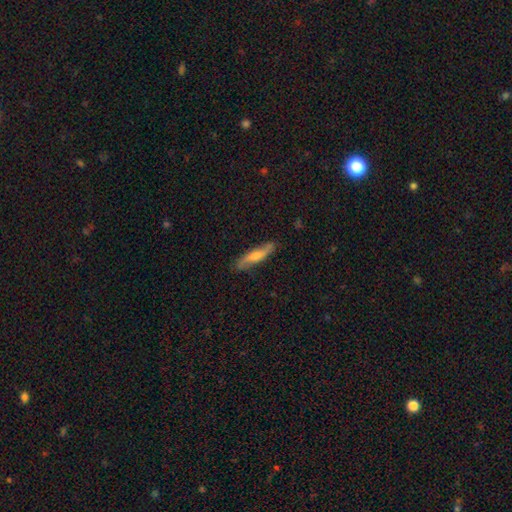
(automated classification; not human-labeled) smooth 48%, featured or disk 46%, star or artifact 6%. Down the decision tree: merging — none (83%).